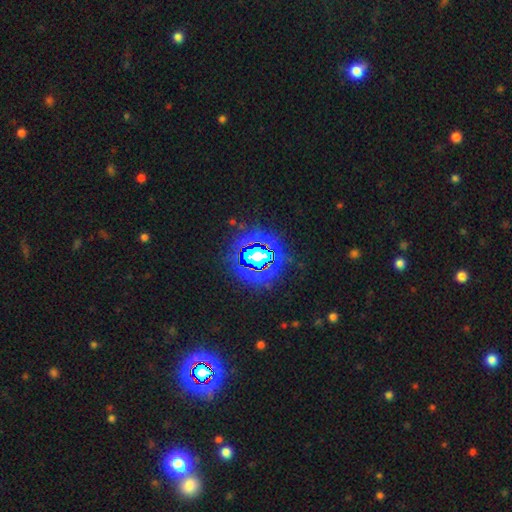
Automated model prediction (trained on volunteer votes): This appears to be a star or artifact, not a galaxy (73%).